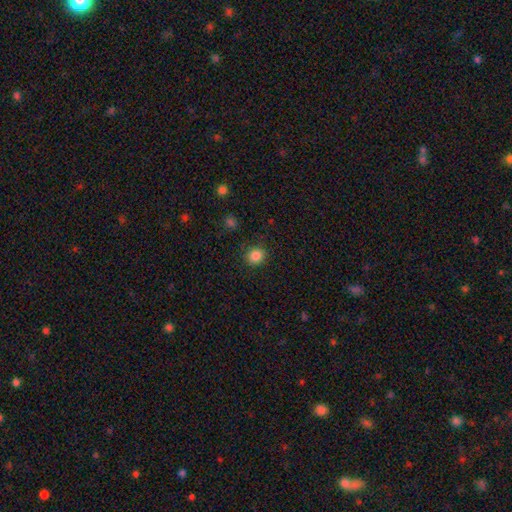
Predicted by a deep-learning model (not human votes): smooth 85%, star or artifact 11%, featured or disk 4%. Down the decision tree: how rounded — round (81%); merging — none (88%).